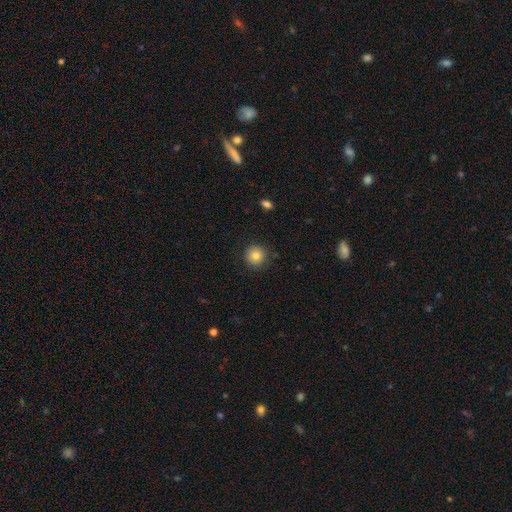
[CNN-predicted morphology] A smooth galaxy with no disk features (82%) that is round (94%).

Vote fractions:
- Smooth or featured? smooth: 82% / star or artifact: 10% / featured or disk: 8%
- How rounded? round: 94% / in between: 5% / cigar-shaped: 1%
- Merging? none: 88% / minor disturbance: 9% / major disturbance: 2% / merger: 1%